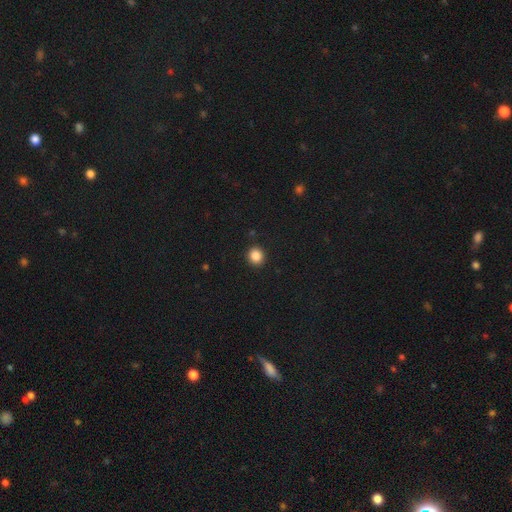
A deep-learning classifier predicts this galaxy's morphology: This appears to be a smooth galaxy with no disk features (86%) that is round (85%). Merging: none (92%).